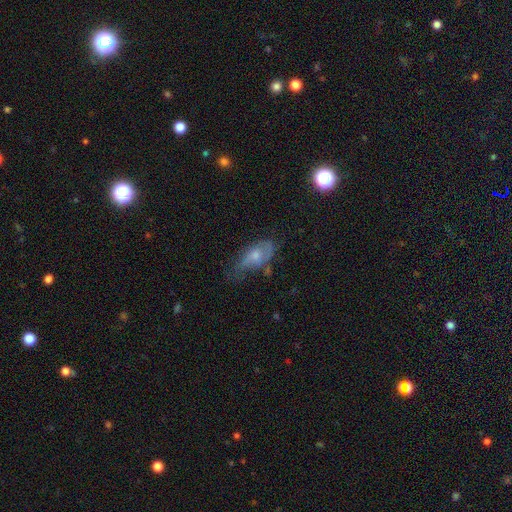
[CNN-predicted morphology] smooth-or-featured: smooth: 48% | featured or disk: 42% | star or artifact: 10%
  merging: none: 42% | minor disturbance: 34% | major disturbance: 20% | merger: 4%